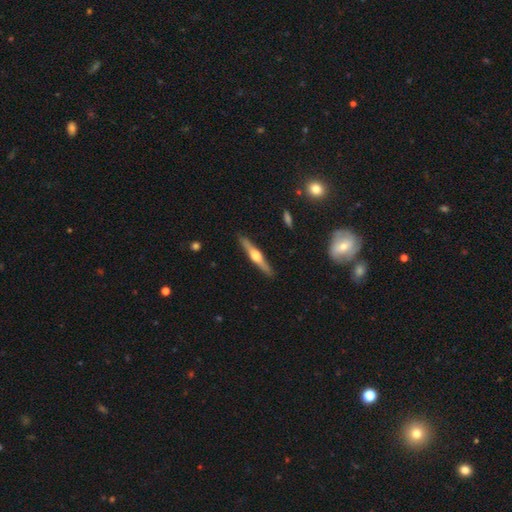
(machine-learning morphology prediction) featured or disk 70%, smooth 25%, star or artifact 5%. Down the decision tree: edge-on disk — yes (97%); edge-on bulge — rounded (93%); merging — none (90%).